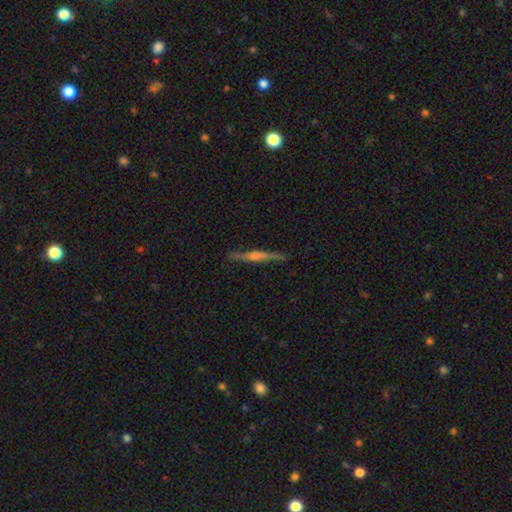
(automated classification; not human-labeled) Morphology: type=featured or disk (71%); edge-on=yes (97%); edge-on bulge=rounded (57%); merging=none (87%).